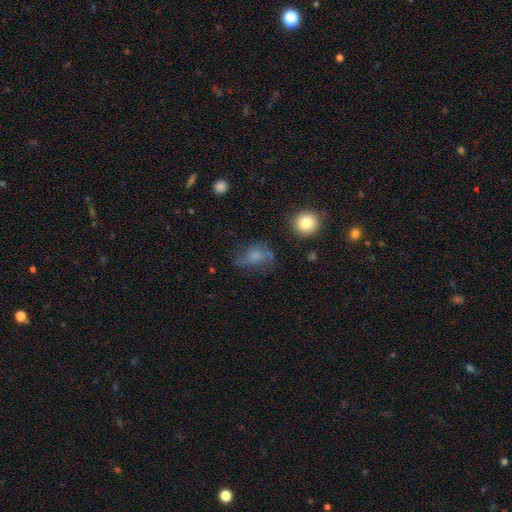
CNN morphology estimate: A smooth galaxy with no disk features (52%) that is in between round and cigar-shaped (55%). Merging: none (47%).